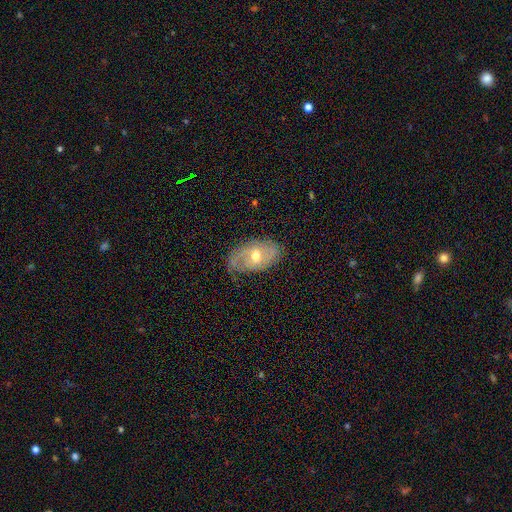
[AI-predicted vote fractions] smooth_or_featured: featured or disk (p=0.69) [alt: smooth p=0.24]
disk_edge_on: no (p=0.93) [alt: yes p=0.07]
bar: no (p=0.57) [alt: weak p=0.34]
has_spiral_arms: yes (p=0.78) [alt: no p=0.22]
bulge_size: moderate (p=0.70) [alt: small p=0.25]
merging: none (p=0.69) [alt: minor disturbance p=0.23]